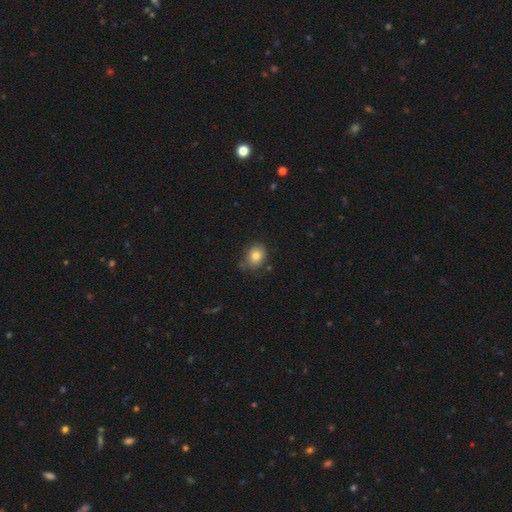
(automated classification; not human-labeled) This appears to be a smooth galaxy with no disk features (81%) that is in between round and cigar-shaped (53%). Merging: none (73%).